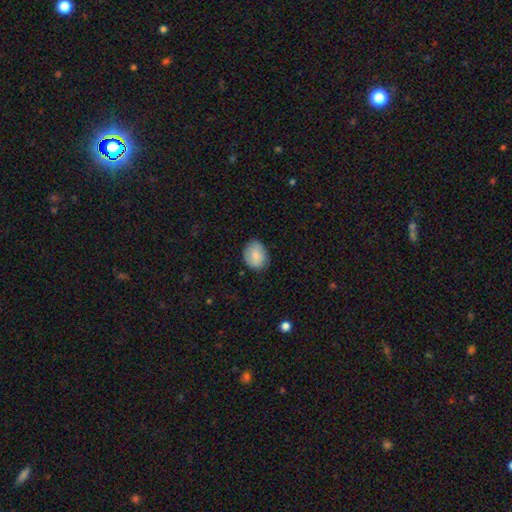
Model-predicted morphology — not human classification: smooth 83%, featured or disk 10%, star or artifact 7%. Down the decision tree: how rounded — in between (59%); merging — none (78%).